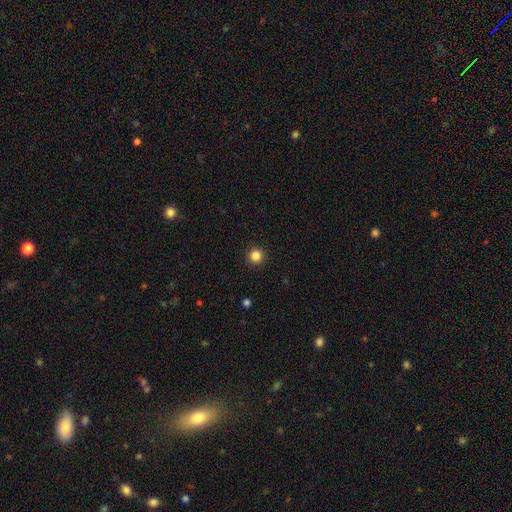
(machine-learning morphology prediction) This appears to be a smooth galaxy with no disk features (85%) that is round (96%). Merging: none (93%).